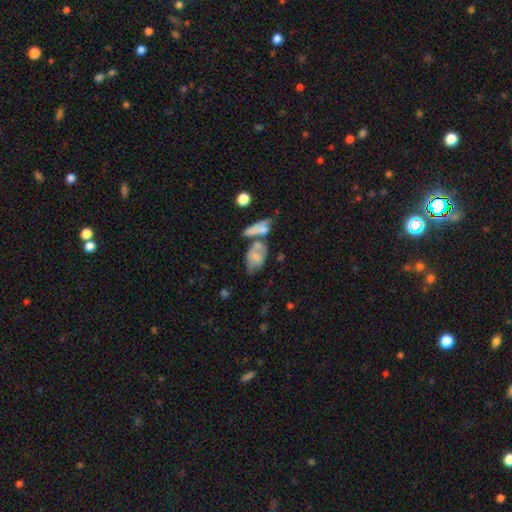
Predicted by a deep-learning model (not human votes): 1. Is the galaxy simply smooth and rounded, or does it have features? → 59% smooth, 32% featured or disk, 8% star or artifact.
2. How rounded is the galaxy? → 85% in between, 11% round, 3% cigar-shaped.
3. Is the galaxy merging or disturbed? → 44% merger, 27% none, 17% minor disturbance, 12% major disturbance.